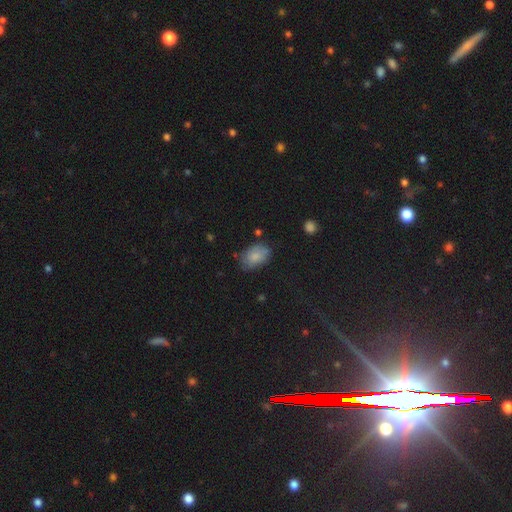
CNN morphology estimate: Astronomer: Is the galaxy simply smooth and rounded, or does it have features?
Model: smooth — 82%.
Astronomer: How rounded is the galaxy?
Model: in between — 87%.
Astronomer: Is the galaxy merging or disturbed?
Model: none — 67%.